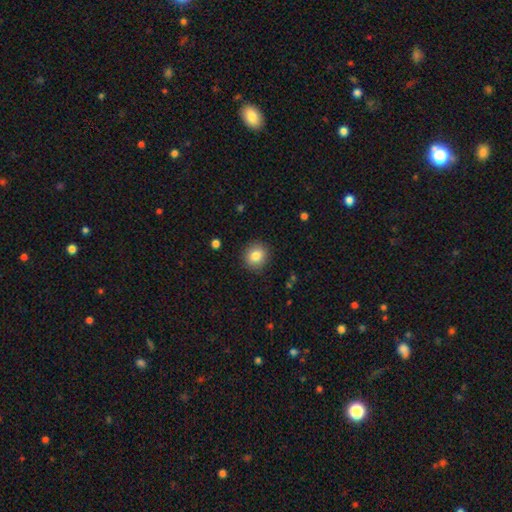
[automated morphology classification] This is clearly a smooth galaxy (83%). How rounded: clearly round (85%). Merging: clearly none (90%).